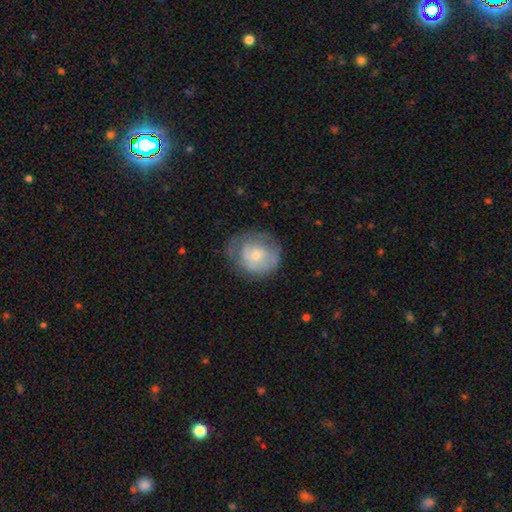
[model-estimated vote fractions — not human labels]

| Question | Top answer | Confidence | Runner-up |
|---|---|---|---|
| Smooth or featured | smooth | 49% | featured or disk (44%) |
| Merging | none | 57% | minor disturbance (26%) |